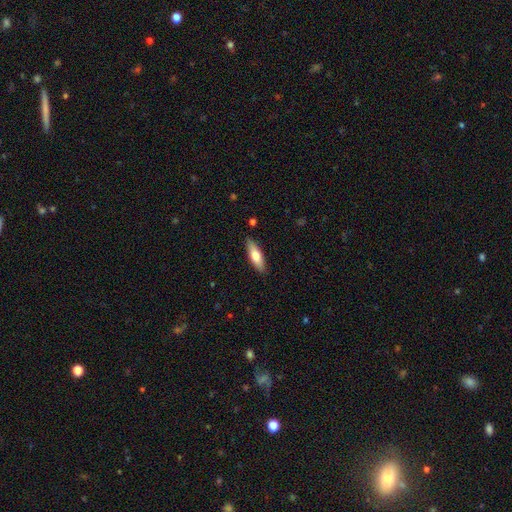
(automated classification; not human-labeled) This appears to be a smooth galaxy with no disk features (69%) that is in between round and cigar-shaped (49%, tied with cigar-shaped). Merging: none (87%).